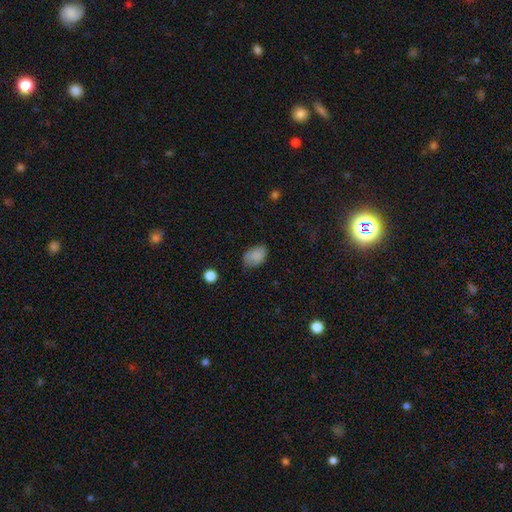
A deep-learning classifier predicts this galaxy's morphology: The model was most divided on "merging": none: 67%, minor disturbance: 26%, major disturbance: 5%, merger: 2%. More confident: smooth or featured — smooth (85%); how rounded — in between (85%).